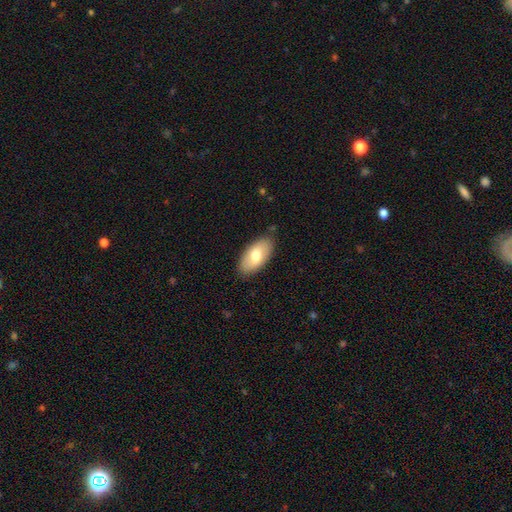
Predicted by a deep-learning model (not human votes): This appears to be a smooth galaxy with no disk features (68%) that is in between round and cigar-shaped (93%). Merging: none (85%).